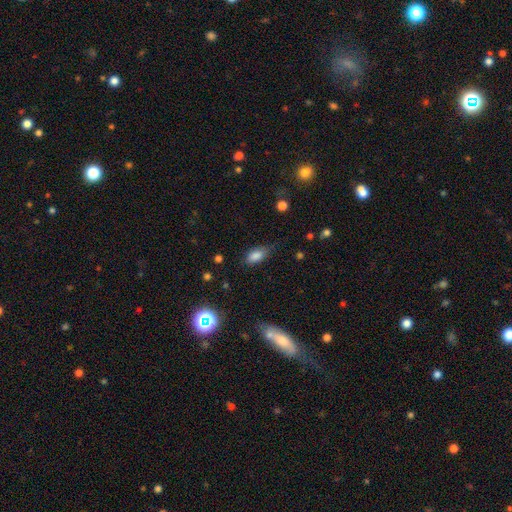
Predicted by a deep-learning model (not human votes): Smooth or featured? smooth (82%)
How rounded? in between (88%)
Merging? none (66%)